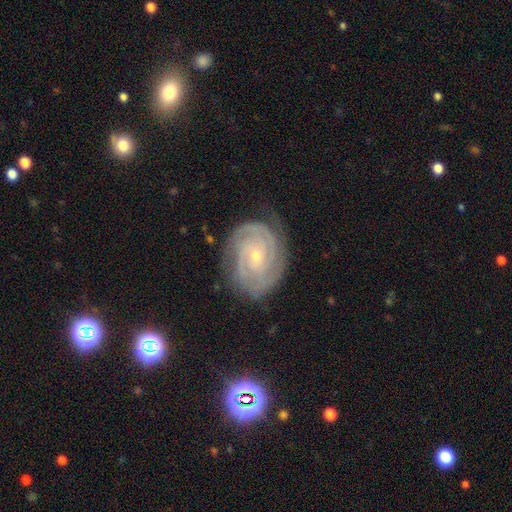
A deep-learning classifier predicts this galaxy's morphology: A featured or disk galaxy (88%) with no bar (64%), 3 (27%, tied with 2) tight (78%) spiral arms (97%) and a small central bulge (74%). Merging: none (77%).